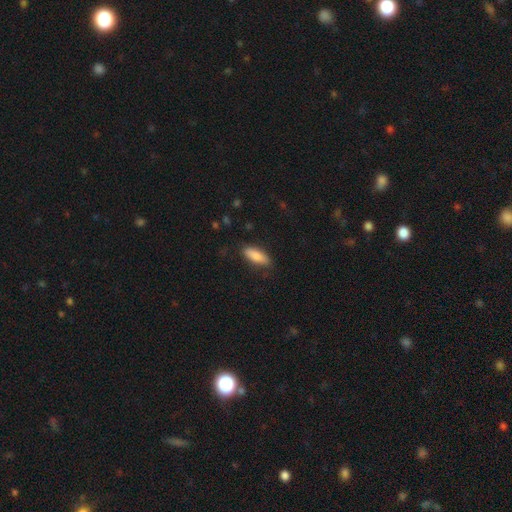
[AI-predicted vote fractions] Overall: smooth (85%). How rounded: in between (68%; cigar-shaped 30%). Merging: none (82%).